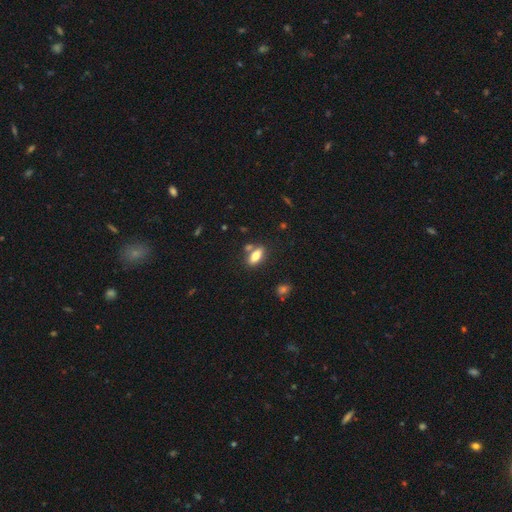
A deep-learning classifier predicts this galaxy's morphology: Q: Smooth or featured?
A: smooth (72%); runner-up: featured or disk (20%)
Q: How rounded?
A: in between (77%); runner-up: cigar-shaped (18%)
Q: Merging?
A: none (71%); runner-up: merger (14%)